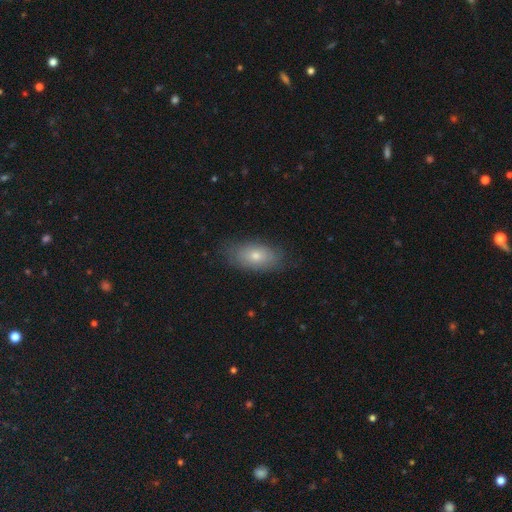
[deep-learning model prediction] smooth_or_featured: smooth (p=0.67) [alt: featured or disk p=0.24]
how_rounded: in between (p=0.88) [alt: cigar-shaped p=0.07]
merging: none (p=0.80) [alt: minor disturbance p=0.16]